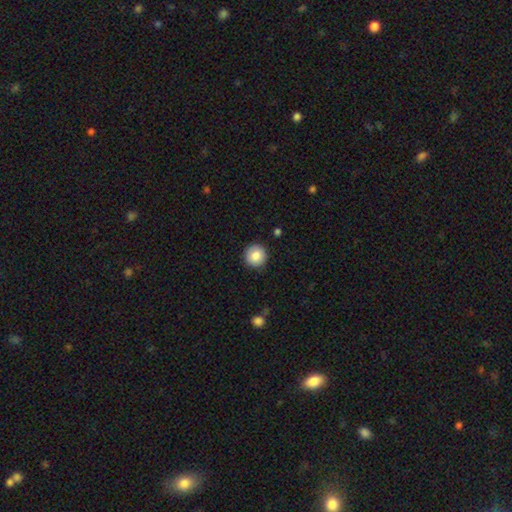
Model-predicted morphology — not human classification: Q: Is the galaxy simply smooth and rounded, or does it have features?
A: smooth — 85%.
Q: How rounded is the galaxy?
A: round — 95%.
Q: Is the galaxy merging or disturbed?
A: none — 90%.